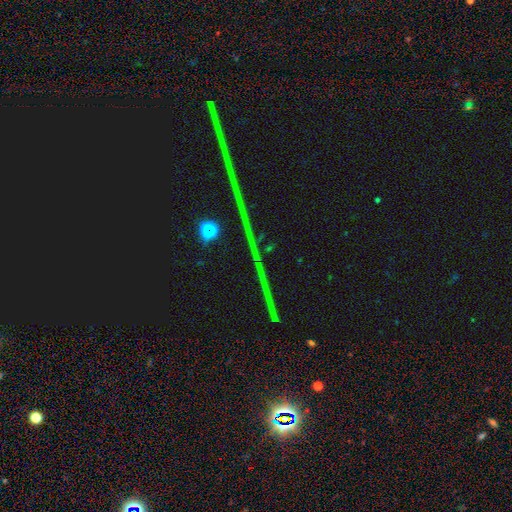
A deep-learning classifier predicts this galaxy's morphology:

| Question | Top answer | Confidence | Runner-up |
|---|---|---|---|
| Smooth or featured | star or artifact | 85% | featured or disk (8%) |